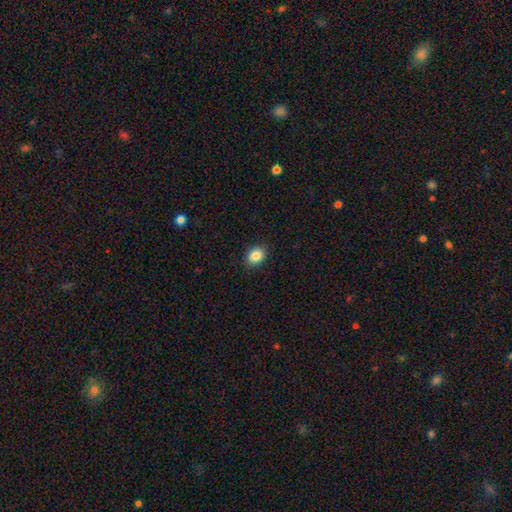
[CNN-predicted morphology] Smooth or featured?
  - smooth: 86% *
  - star or artifact: 9%
  - featured or disk: 5%
How rounded?
  - in between: 62% *
  - round: 37%
  - cigar-shaped: 1%
Merging?
  - none: 89% *
  - minor disturbance: 8%
  - major disturbance: 2%
  - merger: 1%